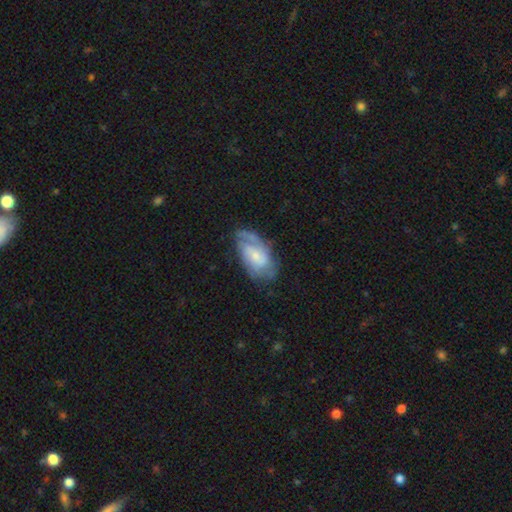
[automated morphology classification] featured or disk 71%, smooth 22%, star or artifact 6%. Down the decision tree: edge-on disk — no (96%); bar — no (56%); spiral arms — yes (90%); spiral arm count — 2 (40%); spiral winding — tight (45%); bulge size — small (58%); merging — none (63%).